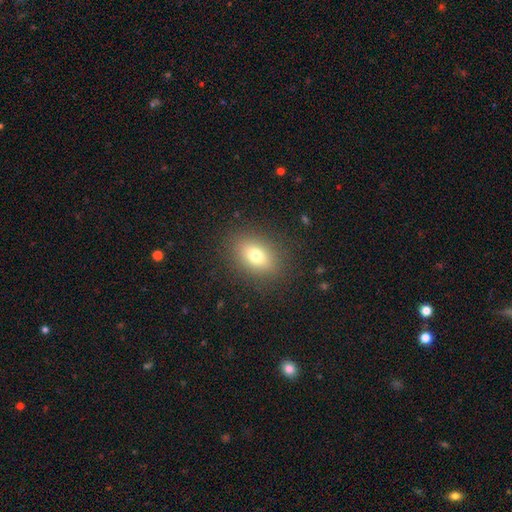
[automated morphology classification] The model was most divided on "how rounded": in between: 71%, round: 27%, cigar-shaped: 2%. More confident: merging — none (86%); smooth or featured — smooth (74%).